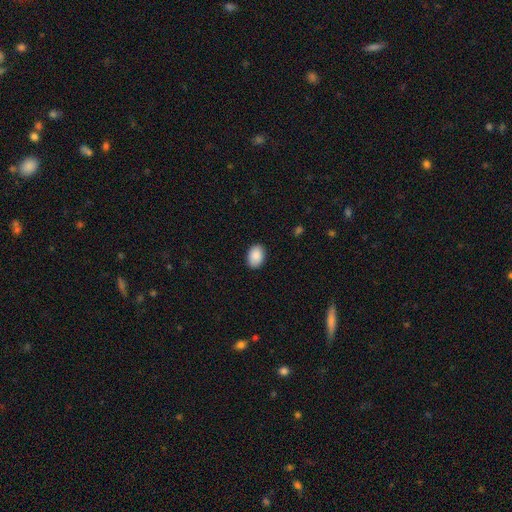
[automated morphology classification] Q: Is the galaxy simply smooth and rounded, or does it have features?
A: smooth — 90%.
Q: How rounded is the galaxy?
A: in between — 81%.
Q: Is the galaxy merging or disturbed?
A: none — 89%.